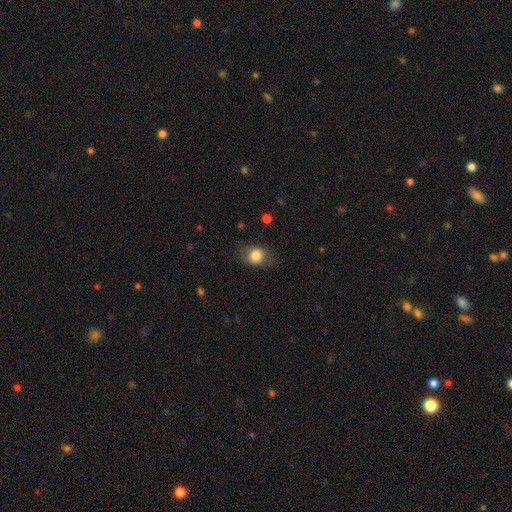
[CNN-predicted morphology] A smooth galaxy with no disk features (82%) that is round (54%). Merging: none (74%).